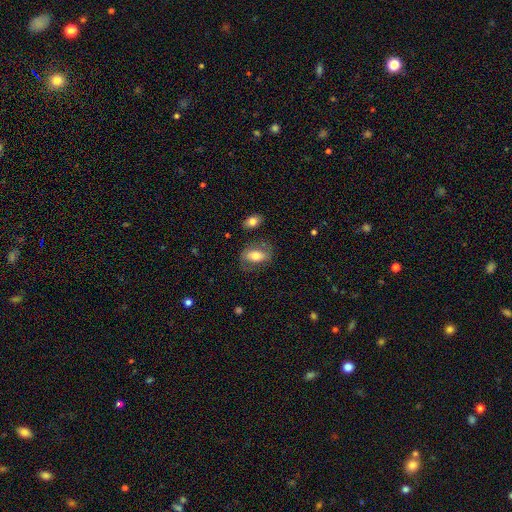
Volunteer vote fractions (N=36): smooth_or_featured: smooth (p=0.64) [alt: featured or disk p=0.33]
how_rounded: in between (p=0.87) [alt: round p=0.09]
merging: none (p=0.60) [alt: minor disturbance p=0.17]